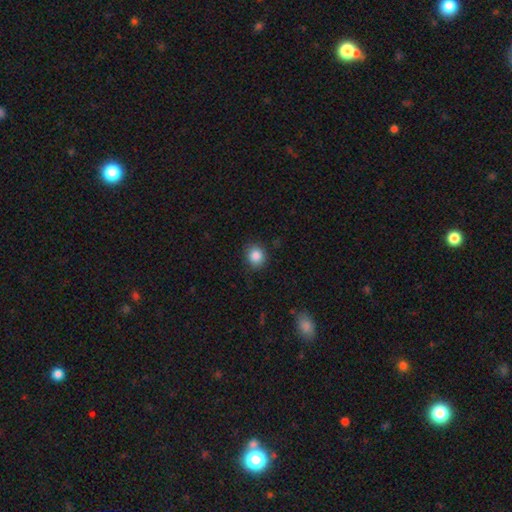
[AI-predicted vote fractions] A smooth galaxy with no disk features (87%) that is round (79%). Merging: none (86%).